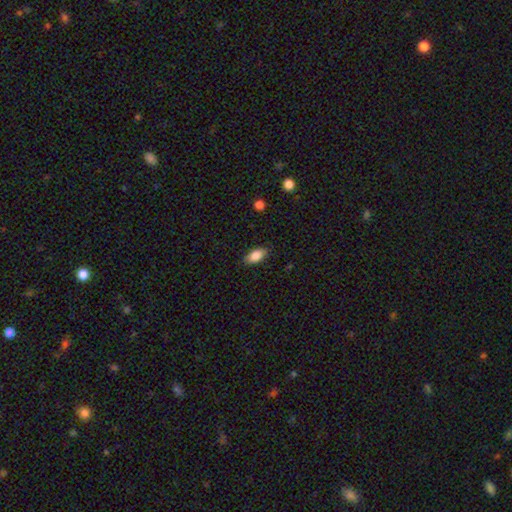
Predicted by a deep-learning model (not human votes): smooth 87%, star or artifact 7%, featured or disk 6%. Down the decision tree: how rounded — in between (91%); merging — none (85%).